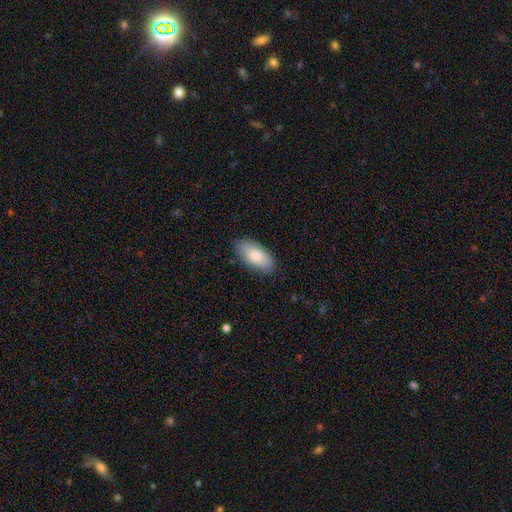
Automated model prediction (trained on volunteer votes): Smooth or featured? Predicted: smooth (p=0.79). How rounded? Predicted: in between (p=0.93). Merging? Predicted: none (p=0.86).